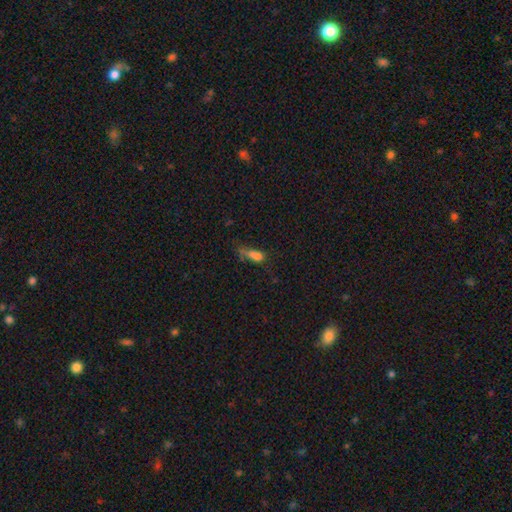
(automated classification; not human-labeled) Smooth or featured: smooth — 67% (star or artifact — 20%)
How rounded: in between — 63% (cigar-shaped — 30%)
Merging: major disturbance — 33% (none — 30%)